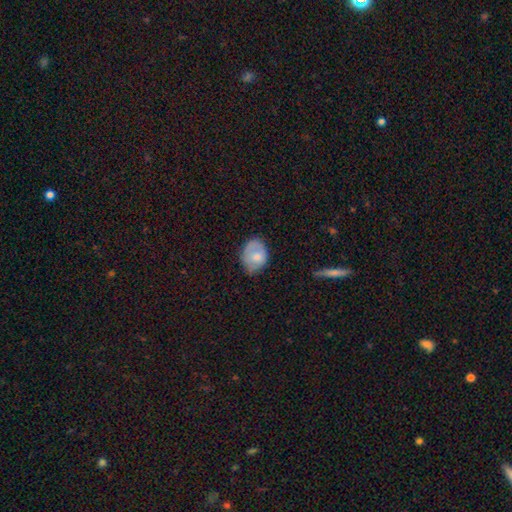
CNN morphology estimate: Smooth or featured?
  - smooth: 70% *
  - featured or disk: 23%
  - star or artifact: 7%
How rounded?
  - in between: 65% *
  - round: 34%
  - cigar-shaped: 1%
Merging?
  - none: 54% *
  - minor disturbance: 35%
  - major disturbance: 10%
  - merger: 2%